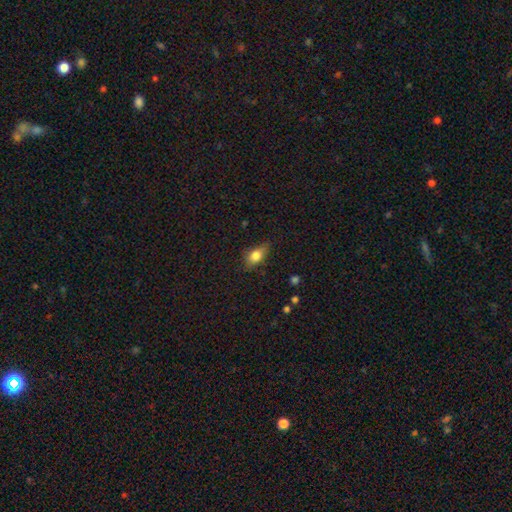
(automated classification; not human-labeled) Smooth or featured? Predicted: smooth (p=0.76). How rounded? Predicted: in between (p=0.79). Merging? Predicted: none (p=0.70).